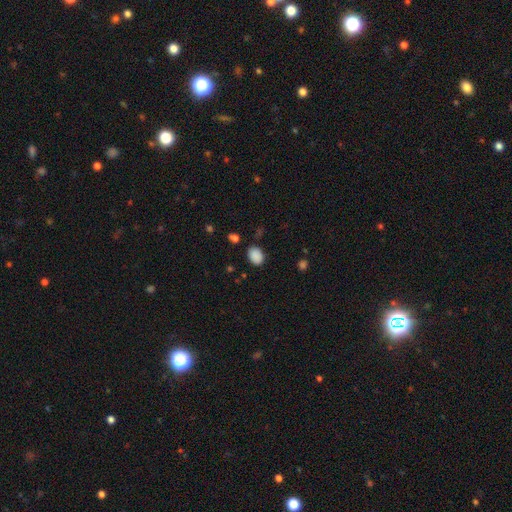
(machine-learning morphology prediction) The model was most divided on "how rounded": in between: 74%, round: 25%, cigar-shaped: 1%. More confident: smooth or featured — smooth (88%); merging — none (82%).